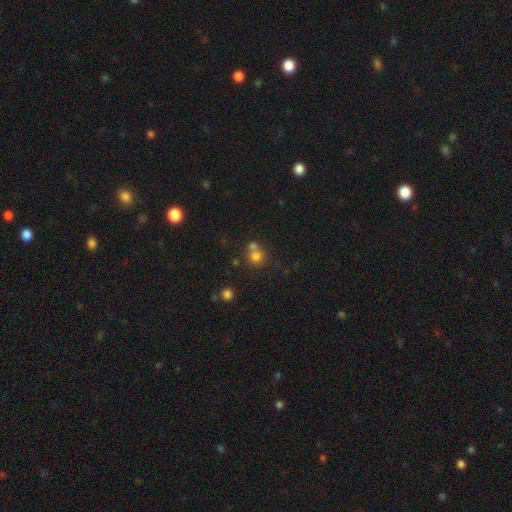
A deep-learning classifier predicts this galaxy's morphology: Smooth or featured: smooth — 74% (star or artifact — 15%)
How rounded: round — 88% (in between — 11%)
Merging: none — 48% (merger — 42%)